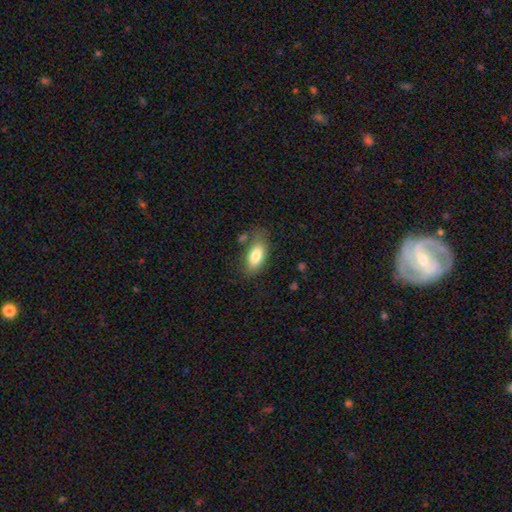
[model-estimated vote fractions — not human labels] smooth-or-featured: smooth: 80% | featured or disk: 13% | star or artifact: 7%
  how-rounded: in between: 89% | cigar-shaped: 8% | round: 3%
  merging: none: 64% | minor disturbance: 21% | major disturbance: 8% | merger: 7%